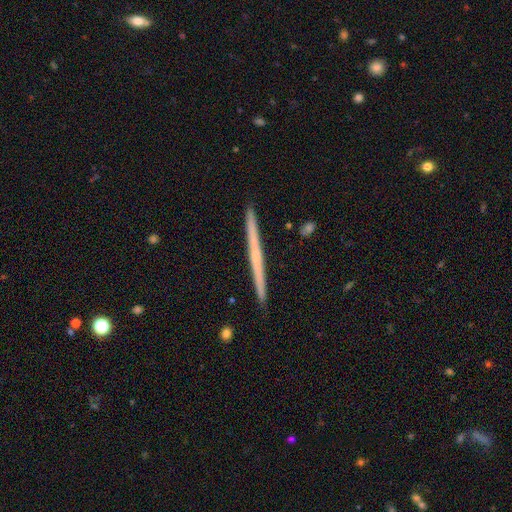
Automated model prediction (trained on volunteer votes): A featured or disk galaxy (61%) viewed edge-on (98%) with no central bulge (77%). Merging: none (93%).